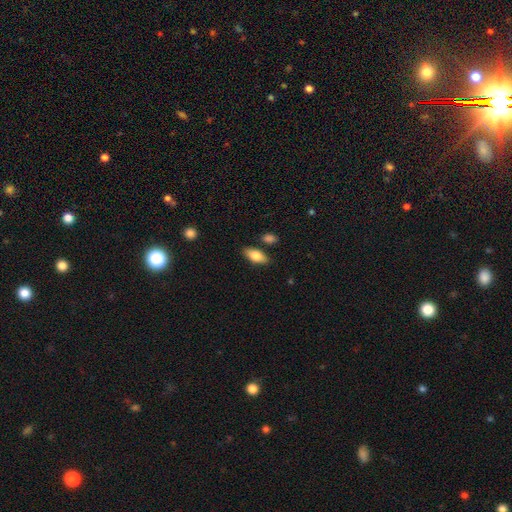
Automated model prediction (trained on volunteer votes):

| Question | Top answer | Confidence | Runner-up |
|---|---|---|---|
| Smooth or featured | smooth | 79% | featured or disk (15%) |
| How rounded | in between | 86% | cigar-shaped (12%) |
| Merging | none | 83% | minor disturbance (11%) |